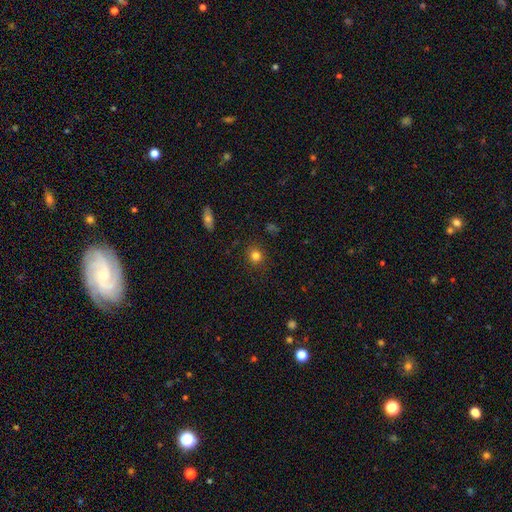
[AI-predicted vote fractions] Smooth or featured?
  - smooth: 82% *
  - star or artifact: 12%
  - featured or disk: 6%
How rounded?
  - round: 83% *
  - in between: 16%
  - cigar-shaped: 1%
Merging?
  - none: 87% *
  - minor disturbance: 9%
  - major disturbance: 3%
  - merger: 1%